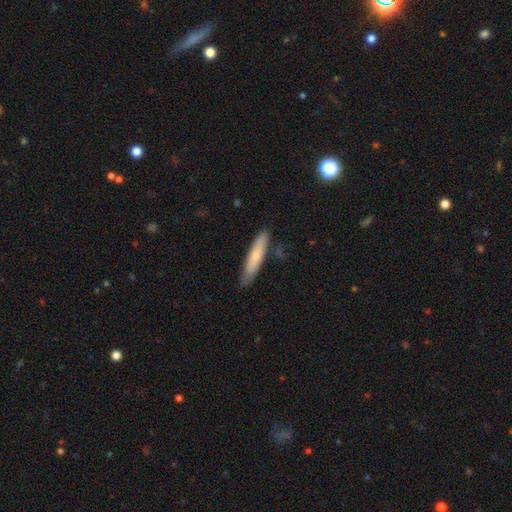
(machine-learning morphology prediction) Overall: smooth (71%). How rounded: cigar-shaped (87%). Merging: none (82%).